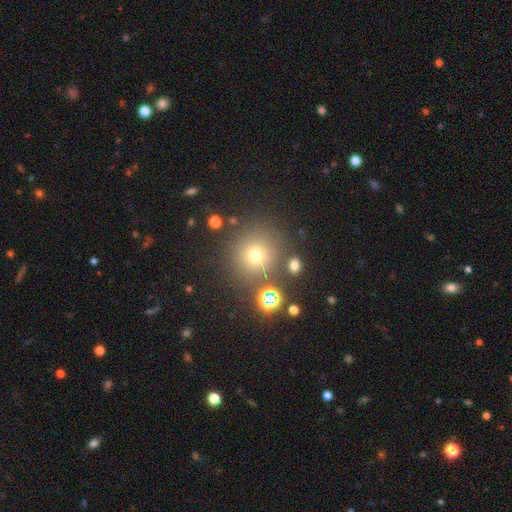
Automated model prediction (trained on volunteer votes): Q: Smooth or featured?
A: smooth (68%); runner-up: star or artifact (22%)
Q: How rounded?
A: round (93%); runner-up: in between (6%)
Q: Merging?
A: none (81%); runner-up: minor disturbance (8%)